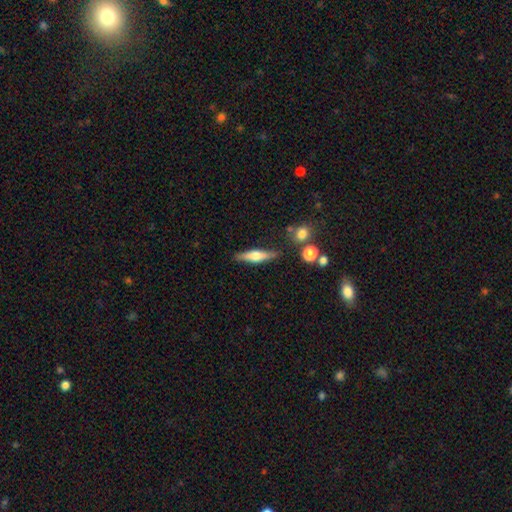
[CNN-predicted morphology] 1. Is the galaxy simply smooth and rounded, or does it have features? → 51% featured or disk, 42% smooth, 7% star or artifact.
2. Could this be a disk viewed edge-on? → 93% yes, 7% no.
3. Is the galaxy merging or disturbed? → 82% none, 12% minor disturbance, 4% merger, 3% major disturbance.